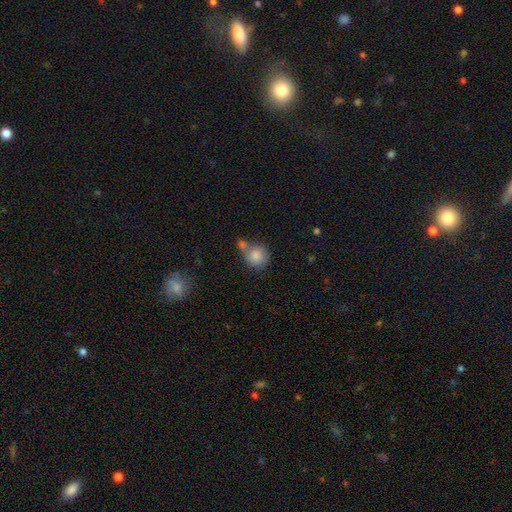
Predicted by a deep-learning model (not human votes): smooth 84%, featured or disk 8%, star or artifact 8%. Down the decision tree: how rounded — round (86%); merging — none (45%).